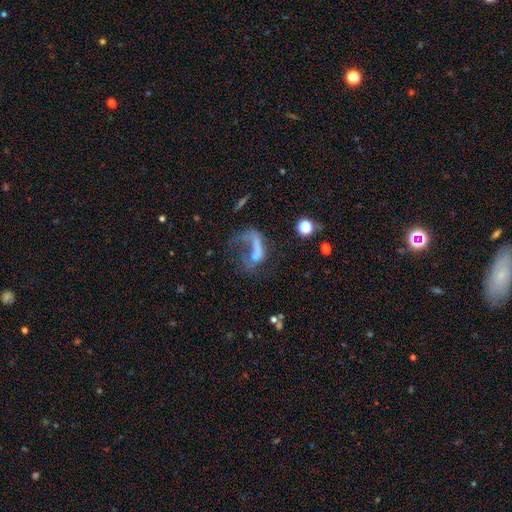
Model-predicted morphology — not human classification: Smooth or featured? featured or disk (53%)
Edge-on disk? no (94%)
Bar? no (75%)
Spiral arms? no (67%)
Bulge size? none (54%)
Merging? major disturbance (52%)